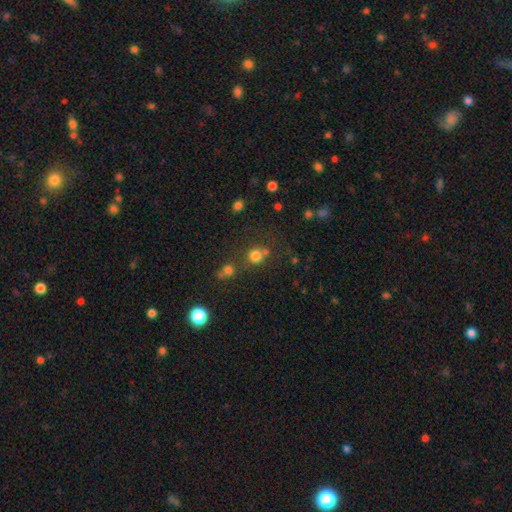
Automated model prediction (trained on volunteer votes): smooth 74%, star or artifact 18%, featured or disk 7%. Down the decision tree: how rounded — round (89%); merging — none (62%).